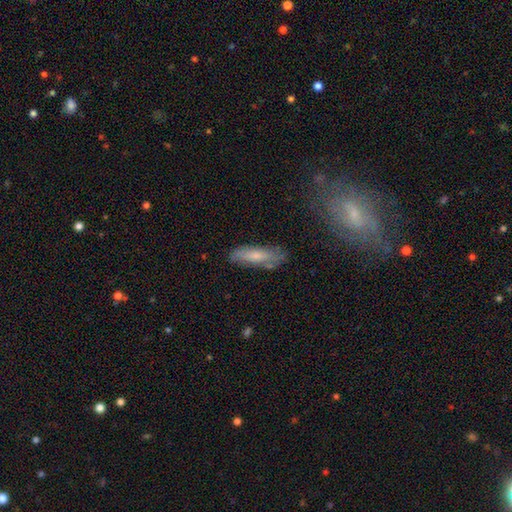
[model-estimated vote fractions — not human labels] Smooth or featured? smooth (60%)
How rounded? cigar-shaped (59%)
Merging? none (73%)